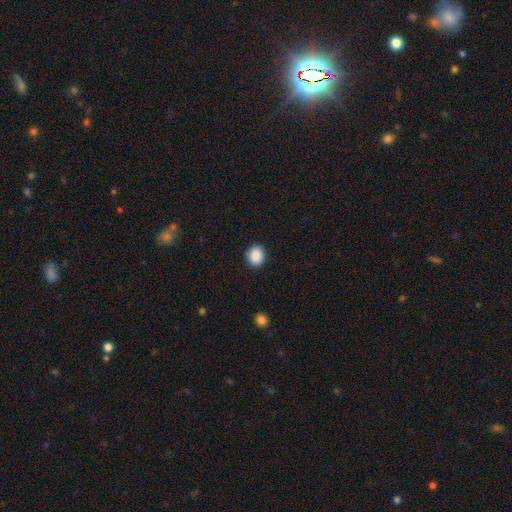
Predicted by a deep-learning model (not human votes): smooth-or-featured: smooth: 90% | star or artifact: 8% | featured or disk: 2%
  how-rounded: round: 54% | in between: 45% | cigar-shaped: 1%
  merging: none: 90% | minor disturbance: 7% | major disturbance: 2% | merger: 1%